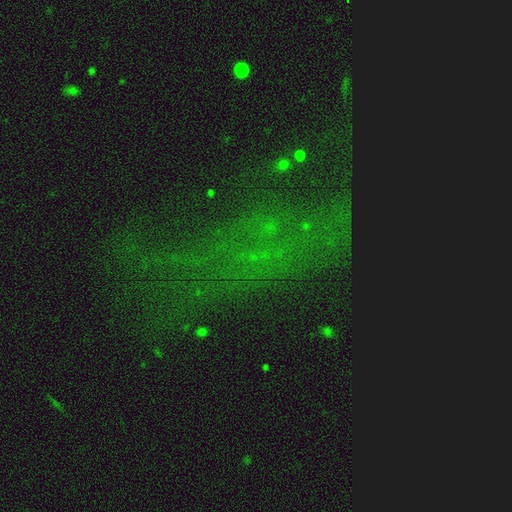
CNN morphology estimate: smooth_or_featured: star or artifact (p=0.59) [alt: featured or disk p=0.22]